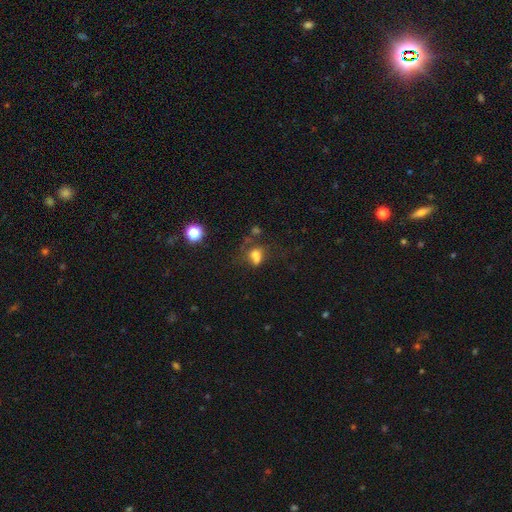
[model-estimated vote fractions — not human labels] A smooth galaxy with no disk features (61%) that is round (50%). Merging: merger (46%).